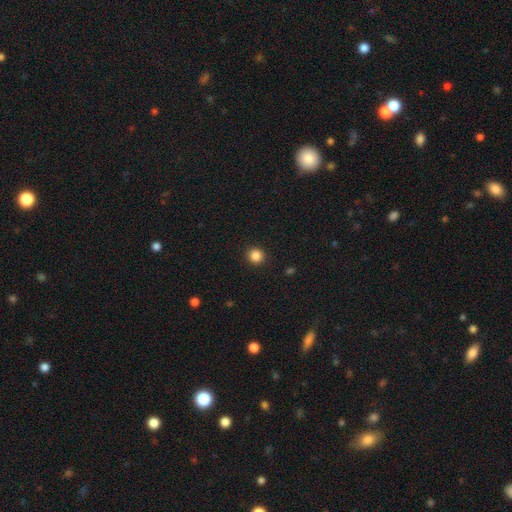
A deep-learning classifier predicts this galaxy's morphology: A smooth galaxy with no disk features (86%) that is round (91%). Merging: none (92%).